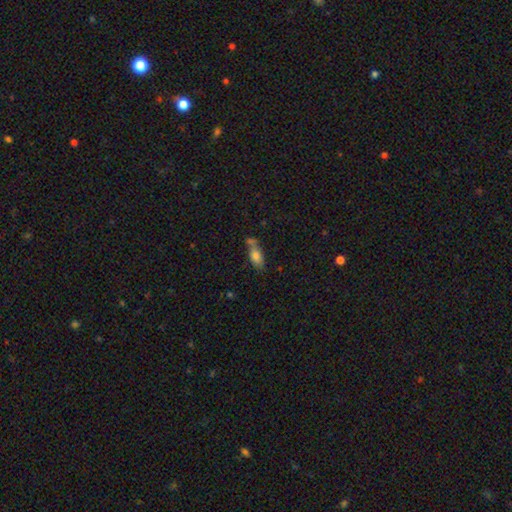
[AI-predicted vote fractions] The model was most divided on "merging": none: 43%, merger: 30%, minor disturbance: 20%, major disturbance: 7%. More confident: how rounded — in between (80%); smooth or featured — smooth (74%).